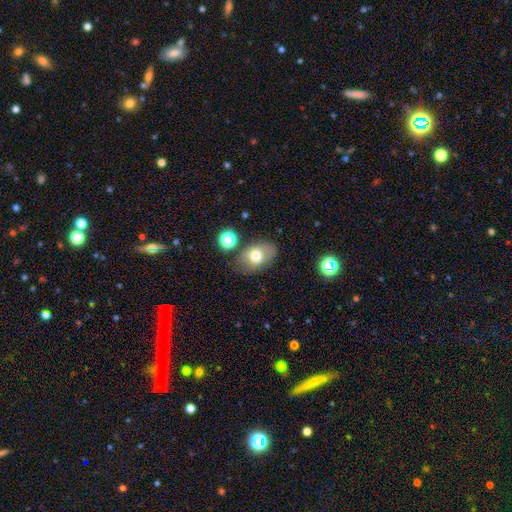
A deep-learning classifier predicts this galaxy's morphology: Q: Smooth or featured?
A: smooth (70%); runner-up: featured or disk (21%)
Q: How rounded?
A: in between (83%); runner-up: round (16%)
Q: Merging?
A: none (71%); runner-up: minor disturbance (18%)